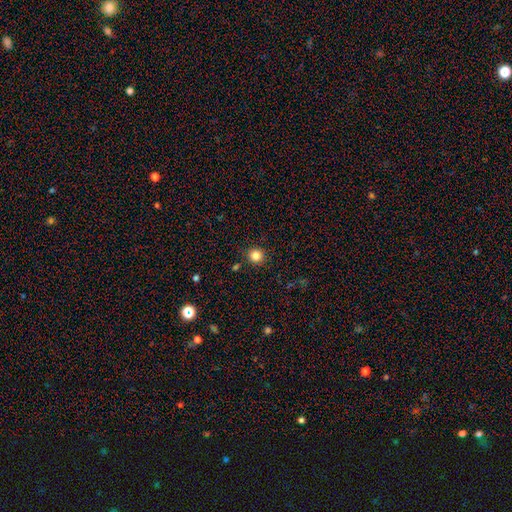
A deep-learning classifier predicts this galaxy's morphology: This is clearly a smooth galaxy (84%). How rounded: clearly round (92%). Merging: clearly none (88%).